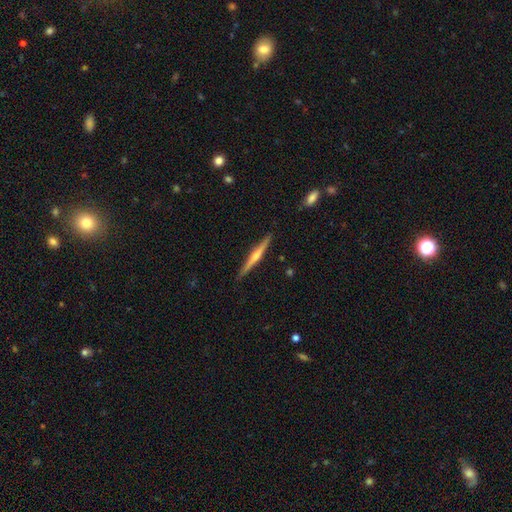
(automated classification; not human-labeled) A featured or disk galaxy (76%) viewed edge-on (98%) with a rounded central bulge (84%).

Vote fractions:
- Smooth or featured? featured or disk: 76% / smooth: 18% / star or artifact: 6%
- Edge-on disk? yes: 98% / no: 2%
- Edge-on bulge? rounded: 84% / none: 11% / boxy: 5%
- Merging? none: 91% / minor disturbance: 7% / major disturbance: 1% / merger: 1%